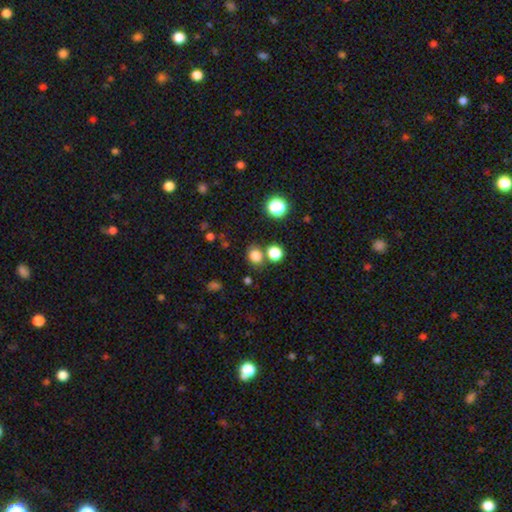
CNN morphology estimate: smooth_or_featured: smooth (p=0.79) [alt: star or artifact p=0.16]
how_rounded: round (p=0.73) [alt: in between p=0.26]
merging: none (p=0.73) [alt: merger p=0.15]